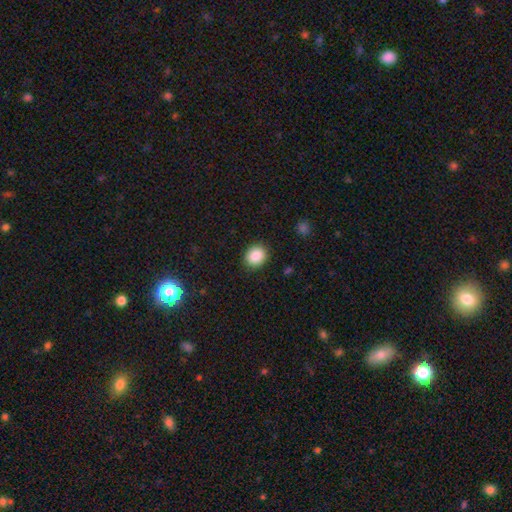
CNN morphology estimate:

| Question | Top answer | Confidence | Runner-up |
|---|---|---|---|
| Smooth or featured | smooth | 87% | star or artifact (9%) |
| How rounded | round | 67% | in between (32%) |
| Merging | none | 88% | minor disturbance (8%) |